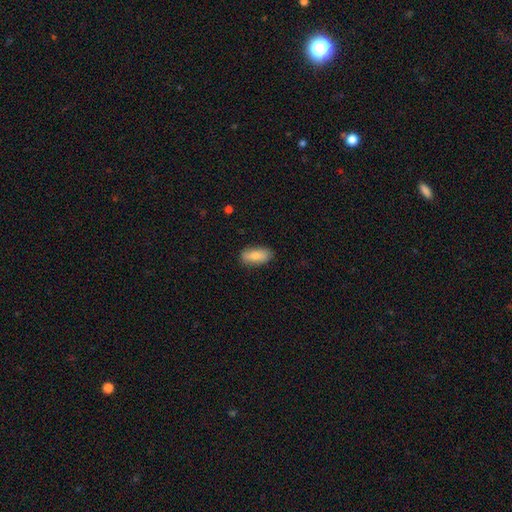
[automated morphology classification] This is clearly a smooth galaxy (82%). How rounded: clearly in between (86%). Merging: clearly none (83%).